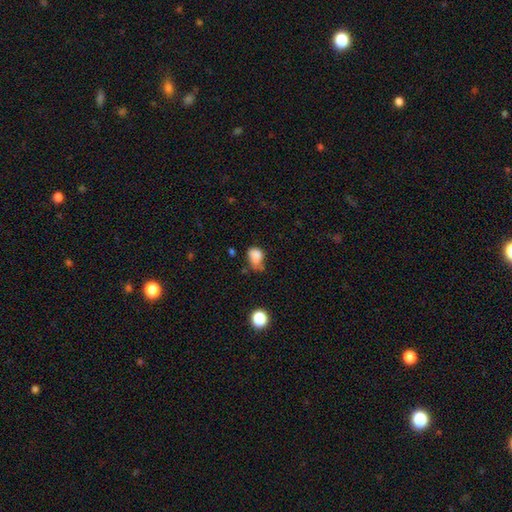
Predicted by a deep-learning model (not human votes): This is clearly a smooth galaxy (82%). How rounded: likely in between (66%). Merging: marginally minor disturbance (41%).